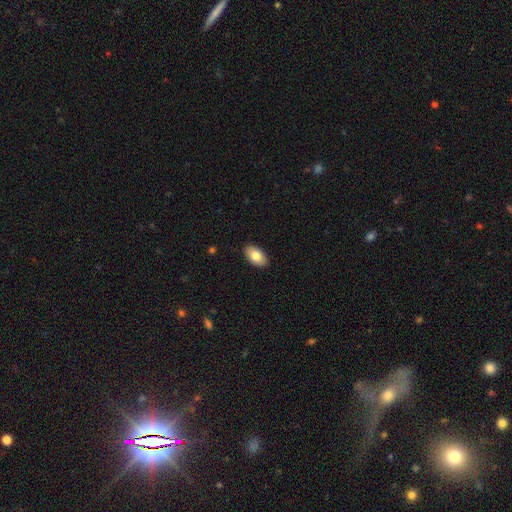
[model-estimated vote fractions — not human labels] A smooth galaxy with no disk features (82%) that is in between round and cigar-shaped (94%).

Vote fractions:
- Smooth or featured? smooth: 82% / featured or disk: 12% / star or artifact: 7%
- How rounded? in between: 94% / round: 4% / cigar-shaped: 2%
- Merging? none: 89% / minor disturbance: 8% / major disturbance: 2% / merger: 1%